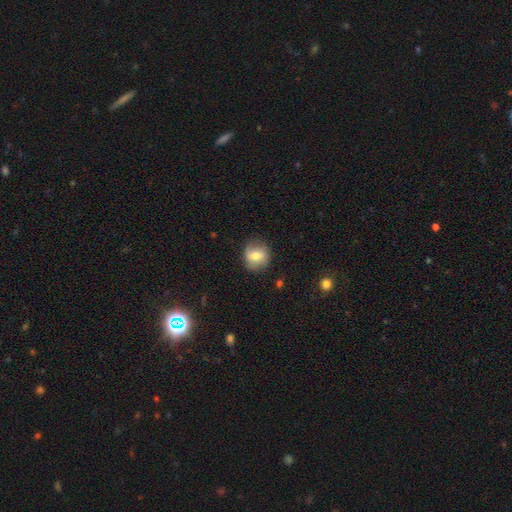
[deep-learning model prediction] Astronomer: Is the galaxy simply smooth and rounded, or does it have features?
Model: smooth — 65%.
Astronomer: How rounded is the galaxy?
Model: round — 85%.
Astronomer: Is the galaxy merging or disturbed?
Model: none — 82%.